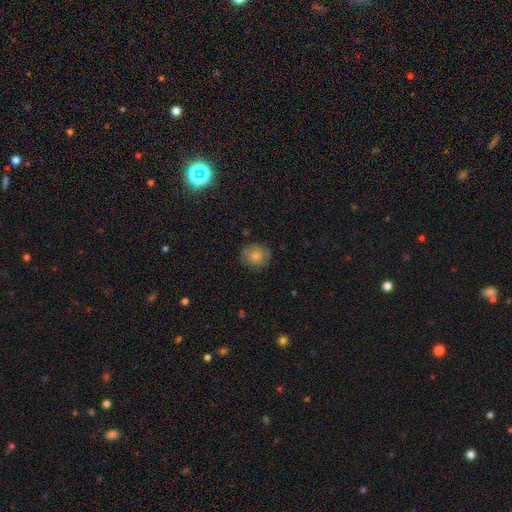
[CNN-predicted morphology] This is likely a smooth galaxy (60%). How rounded: likely round (77%). Merging: likely none (76%).